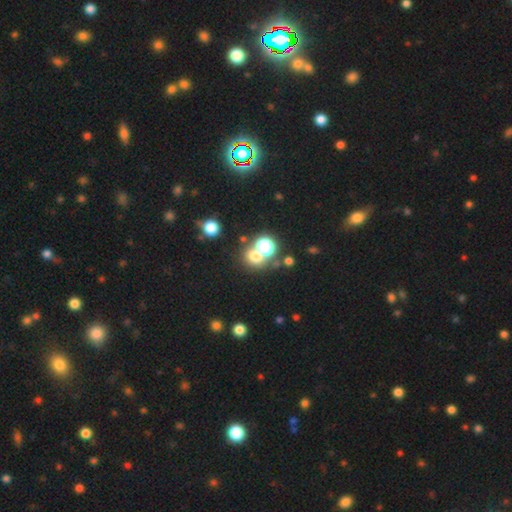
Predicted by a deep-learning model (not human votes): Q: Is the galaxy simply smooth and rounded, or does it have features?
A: smooth — 63%.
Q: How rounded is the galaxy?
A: round — 74%.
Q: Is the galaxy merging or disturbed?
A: none — 51%.